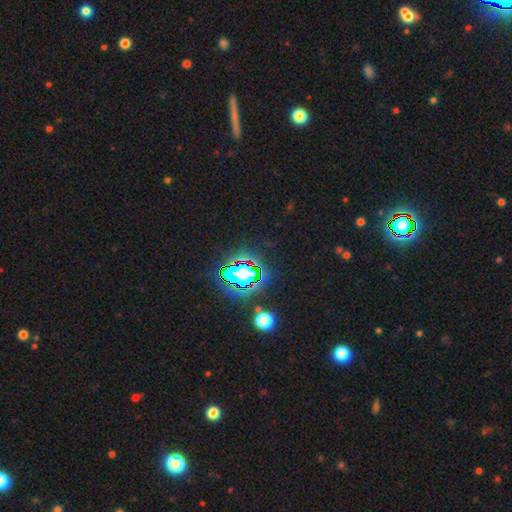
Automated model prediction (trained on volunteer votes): Smooth or featured: star or artifact — 81% (smooth — 12%)